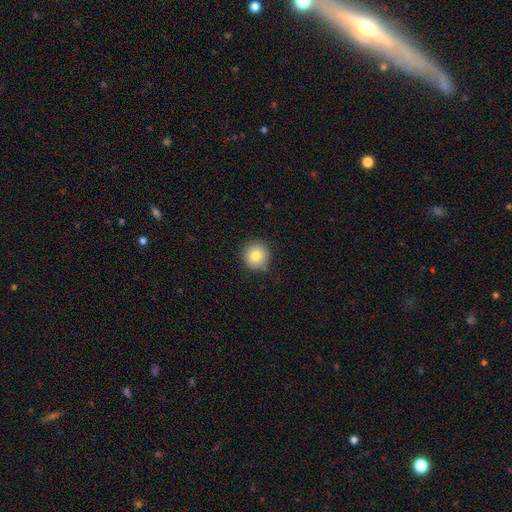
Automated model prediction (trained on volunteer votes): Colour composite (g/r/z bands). It shows a smooth galaxy with no disk features (81%) that is round (94%). Merging: none (84%).